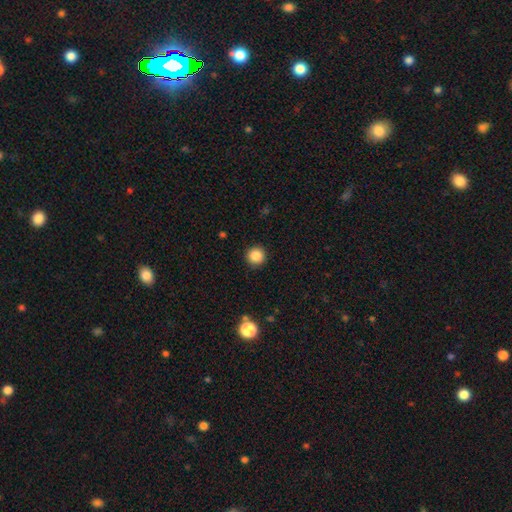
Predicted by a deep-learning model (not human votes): Smooth or featured: smooth — 85% (star or artifact — 11%)
How rounded: round — 95% (in between — 4%)
Merging: none — 92% (minor disturbance — 5%)